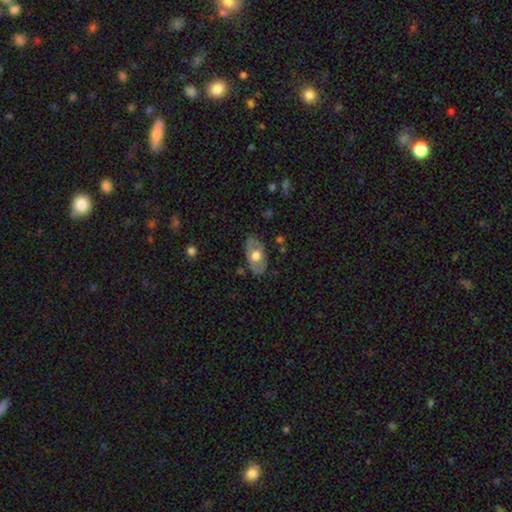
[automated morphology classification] Smooth or featured: smooth — 49% (featured or disk — 45%)
Merging: none — 79% (minor disturbance — 16%)